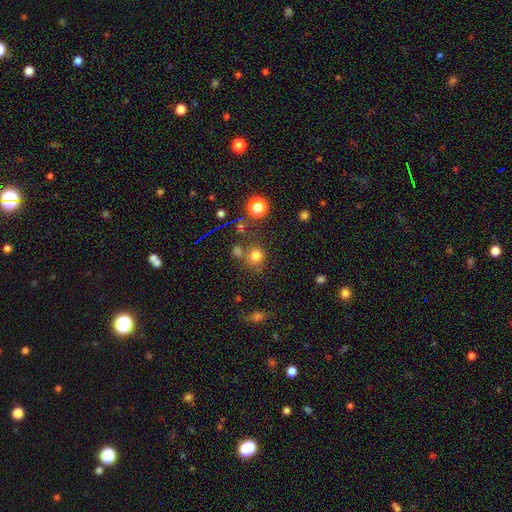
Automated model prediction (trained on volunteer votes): Smooth or featured? Predicted: smooth (p=0.74). How rounded? Predicted: round (p=0.85). Merging? Predicted: none (p=0.66).